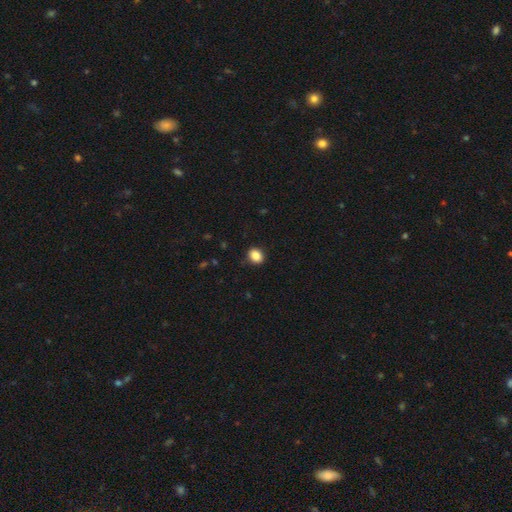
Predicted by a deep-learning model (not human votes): This is clearly a smooth galaxy (87%). How rounded: possibly in between (52%). Merging: clearly none (89%).